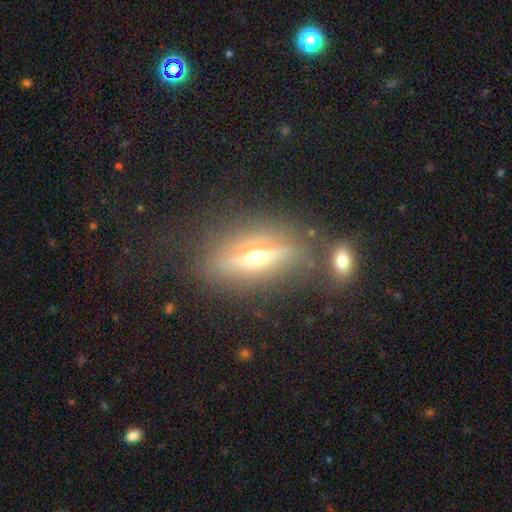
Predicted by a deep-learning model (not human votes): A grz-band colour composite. It shows a featured or disk galaxy (71%) viewed edge-on (89%) with a rounded central bulge (94%). Merging: none (73%).